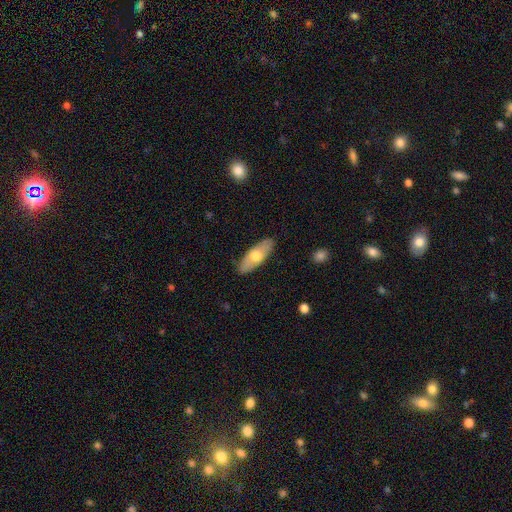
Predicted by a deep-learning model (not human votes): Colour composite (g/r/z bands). It shows a smooth galaxy with no disk features (60%) that is in between round and cigar-shaped (69%). Merging: none (87%).